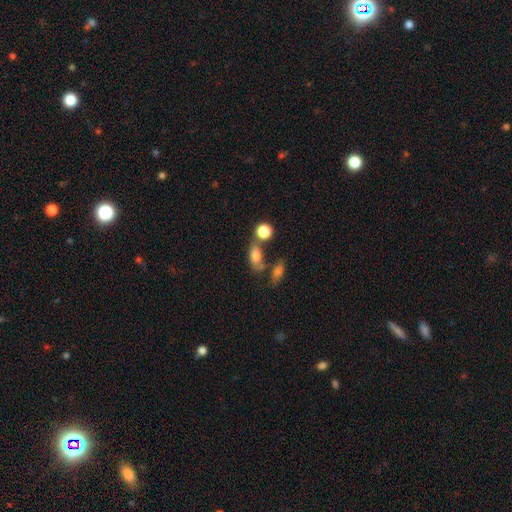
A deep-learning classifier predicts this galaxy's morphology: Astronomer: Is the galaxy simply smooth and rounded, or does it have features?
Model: smooth — 75%.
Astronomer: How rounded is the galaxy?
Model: in between — 77%.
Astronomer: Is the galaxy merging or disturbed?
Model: none — 46% (runner-up: merger, 29%).